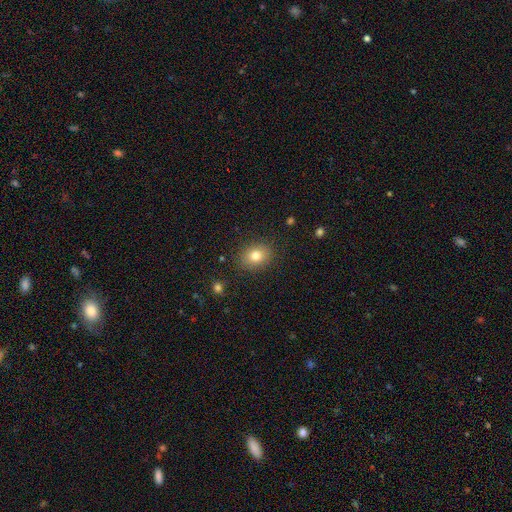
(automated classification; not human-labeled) Smooth or featured?
  - smooth: 79% *
  - star or artifact: 11%
  - featured or disk: 10%
How rounded?
  - in between: 51% *
  - round: 48%
  - cigar-shaped: 1%
Merging?
  - none: 87% *
  - minor disturbance: 9%
  - major disturbance: 3%
  - merger: 1%